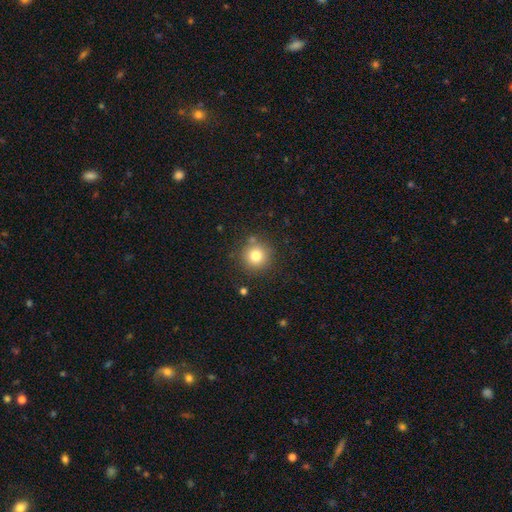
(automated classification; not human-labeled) Smooth or featured? smooth (80%)
How rounded? round (94%)
Merging? none (83%)